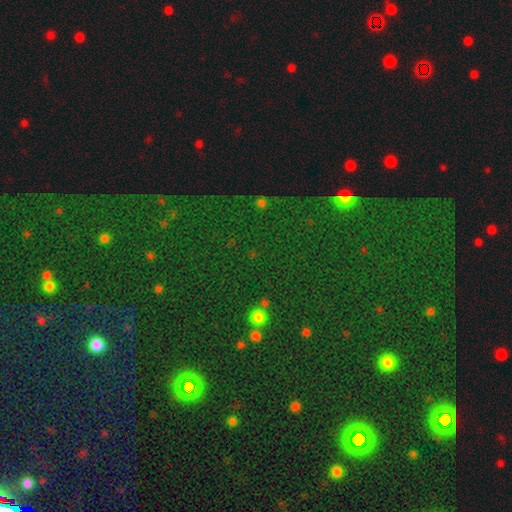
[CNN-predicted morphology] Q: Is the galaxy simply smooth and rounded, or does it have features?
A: star or artifact — 73%.